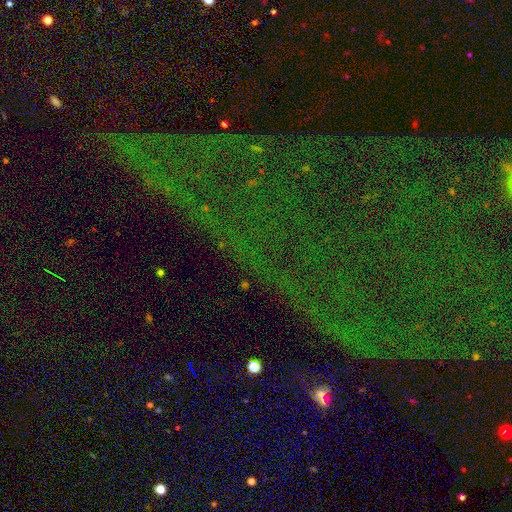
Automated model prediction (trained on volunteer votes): This is clearly a star or artifact rather than a galaxy (82%).